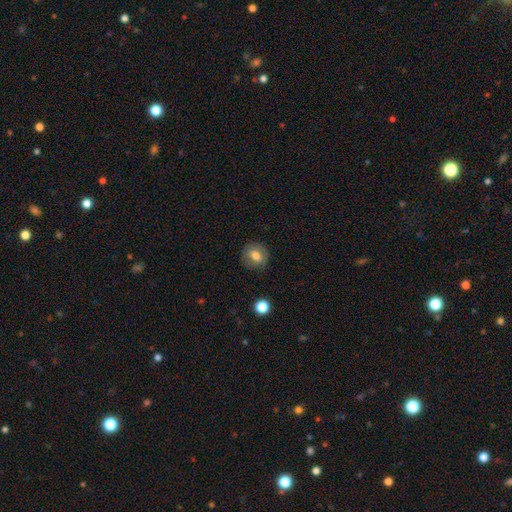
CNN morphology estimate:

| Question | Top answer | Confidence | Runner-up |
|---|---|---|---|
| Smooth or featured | smooth | 72% | featured or disk (19%) |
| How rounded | round | 67% | in between (32%) |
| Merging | none | 80% | minor disturbance (14%) |